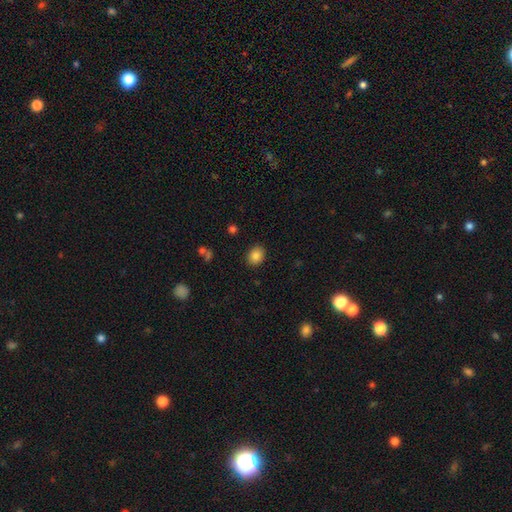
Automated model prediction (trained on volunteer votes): Smooth or featured? smooth (85%)
How rounded? round (50%)
Merging? none (88%)